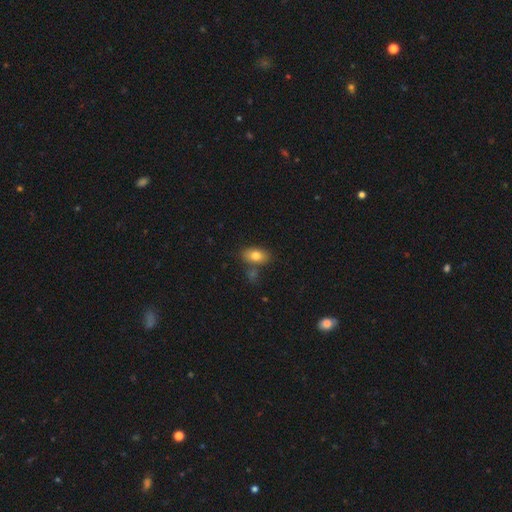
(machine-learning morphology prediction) Smooth or featured?
  - smooth: 79% *
  - featured or disk: 13%
  - star or artifact: 8%
How rounded?
  - in between: 88% *
  - round: 9%
  - cigar-shaped: 3%
Merging?
  - none: 70% *
  - minor disturbance: 14%
  - merger: 12%
  - major disturbance: 4%